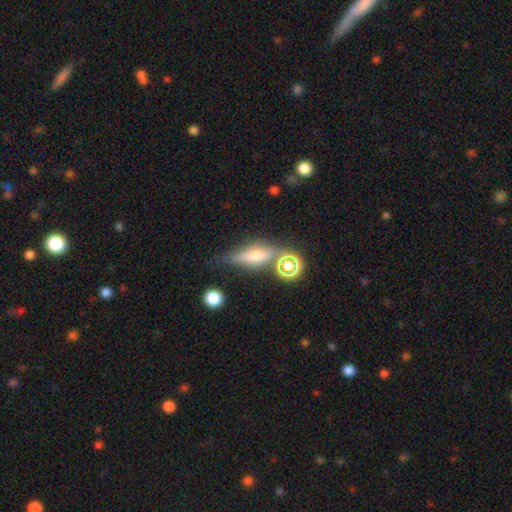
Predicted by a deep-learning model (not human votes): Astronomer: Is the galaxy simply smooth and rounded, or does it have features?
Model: smooth — 46% (runner-up: featured or disk, 40%).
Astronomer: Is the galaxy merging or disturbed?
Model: none — 64%.